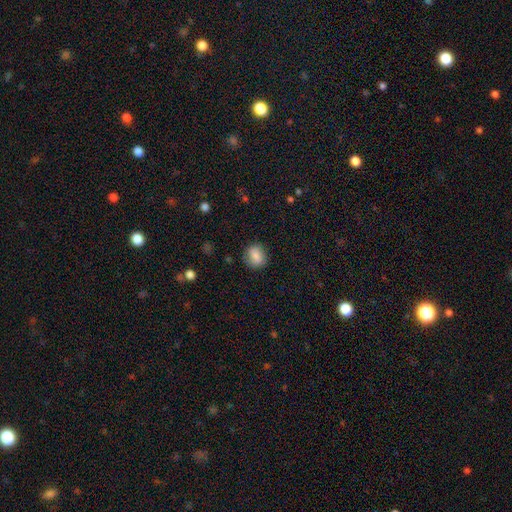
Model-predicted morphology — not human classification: A smooth galaxy with no disk features (82%) that is round (63%).

Vote fractions:
- Smooth or featured? smooth: 82% / featured or disk: 10% / star or artifact: 8%
- How rounded? round: 63% / in between: 36% / cigar-shaped: 2%
- Merging? none: 84% / minor disturbance: 11% / major disturbance: 3% / merger: 1%